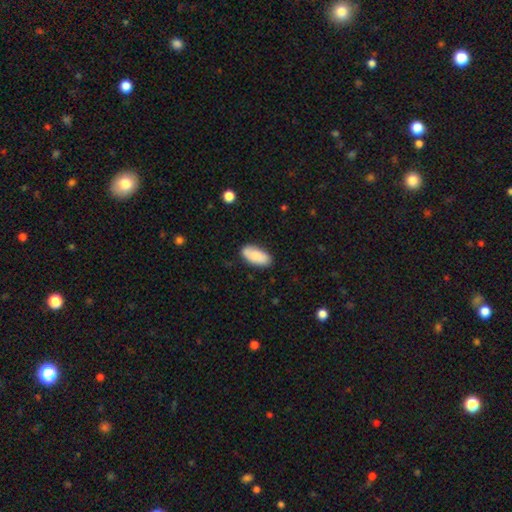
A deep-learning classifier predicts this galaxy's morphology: This appears to be a smooth galaxy with no disk features (82%) that is in between round and cigar-shaped (92%). Merging: none (81%).